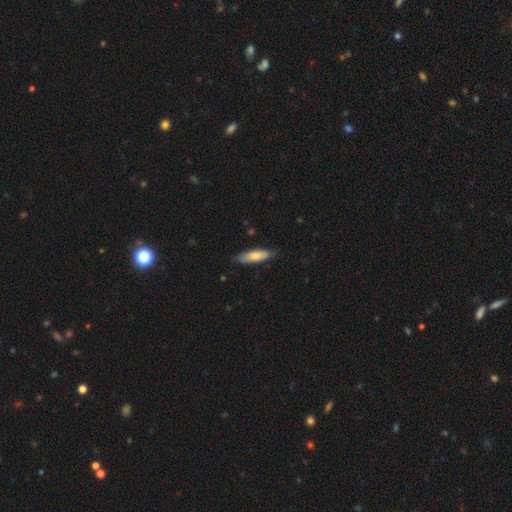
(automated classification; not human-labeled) Smooth or featured? smooth (70%)
How rounded? cigar-shaped (62%)
Merging? none (79%)